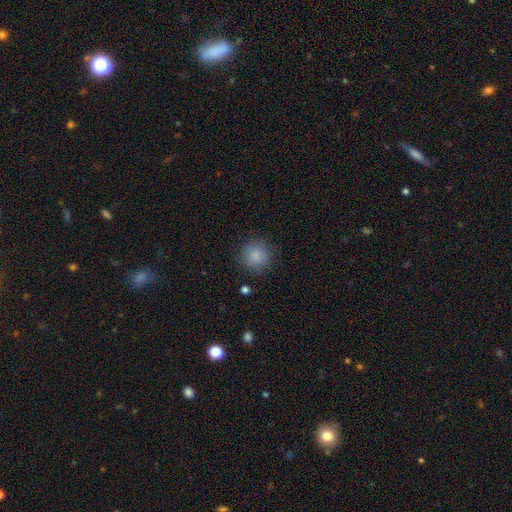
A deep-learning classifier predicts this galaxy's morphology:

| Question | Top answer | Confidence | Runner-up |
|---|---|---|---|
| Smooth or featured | smooth | 86% | star or artifact (9%) |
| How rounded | round | 93% | in between (6%) |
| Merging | none | 85% | minor disturbance (10%) |